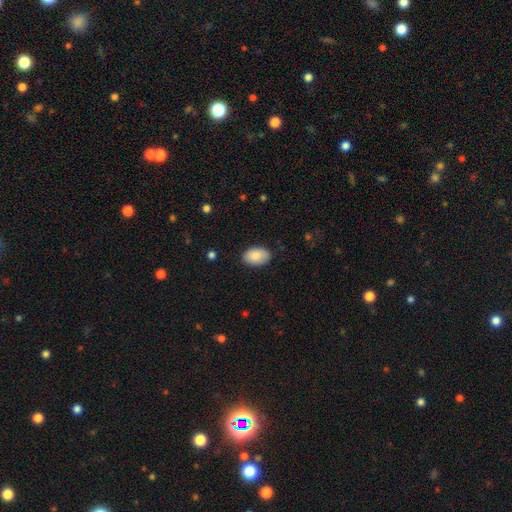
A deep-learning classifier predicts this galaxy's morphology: Smooth or featured? smooth (81%)
How rounded? in between (90%)
Merging? none (86%)